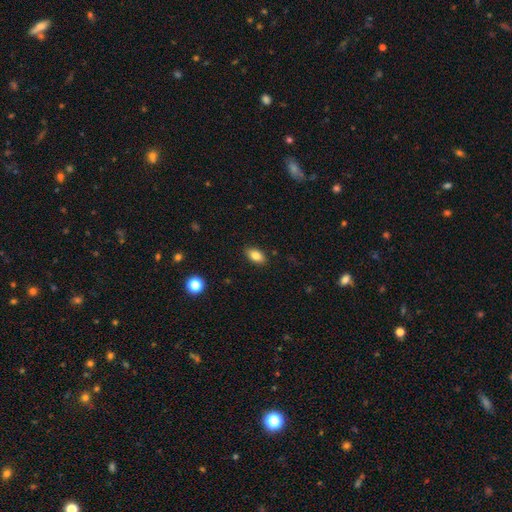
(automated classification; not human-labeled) This appears to be a smooth galaxy with no disk features (82%) that is in between round and cigar-shaped (90%). Merging: none (87%).